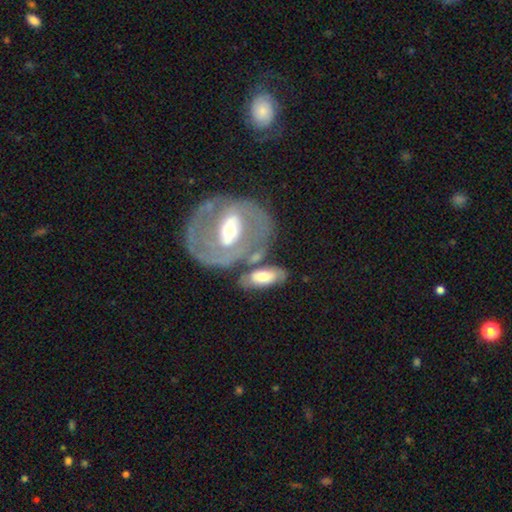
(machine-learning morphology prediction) featured or disk 62%, smooth 32%, star or artifact 6%. Down the decision tree: edge-on disk — no (90%); bar — no (39%); spiral arms — no (53%); bulge size — moderate (65%); merging — none (51%).